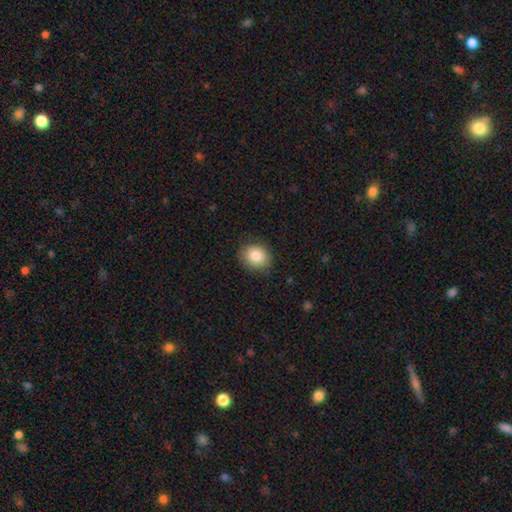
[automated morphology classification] A smooth galaxy with no disk features (85%) that is round (64%).

Vote fractions:
- Smooth or featured? smooth: 85% / star or artifact: 8% / featured or disk: 7%
- How rounded? round: 64% / in between: 35% / cigar-shaped: 1%
- Merging? none: 85% / minor disturbance: 11% / major disturbance: 3% / merger: 1%